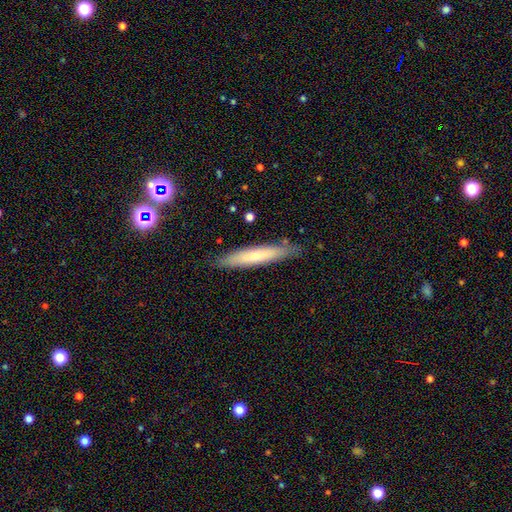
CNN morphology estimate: Q: Smooth or featured?
A: smooth (60%); runner-up: featured or disk (32%)
Q: How rounded?
A: cigar-shaped (92%); runner-up: in between (7%)
Q: Merging?
A: none (86%); runner-up: minor disturbance (10%)